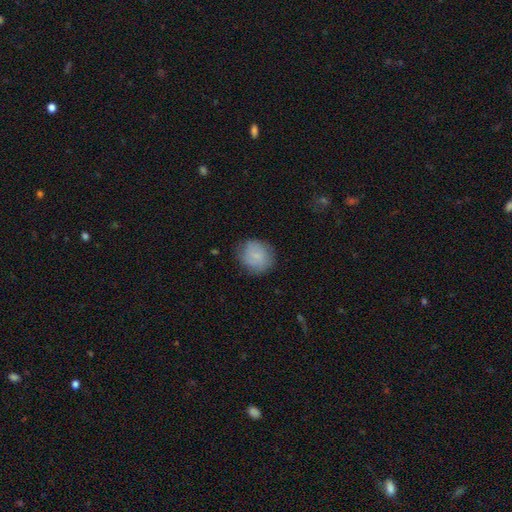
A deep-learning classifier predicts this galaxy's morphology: A smooth galaxy with no disk features (80%) that is round (77%). Merging: none (75%).